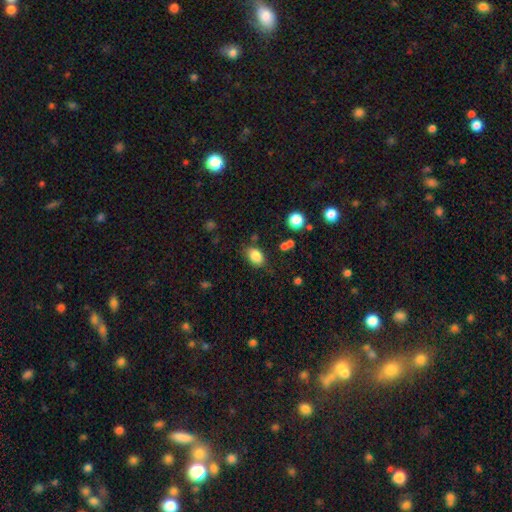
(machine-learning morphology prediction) Smooth or featured? Predicted: smooth (p=0.85). How rounded? Predicted: in between (p=0.76). Merging? Predicted: none (p=0.73).